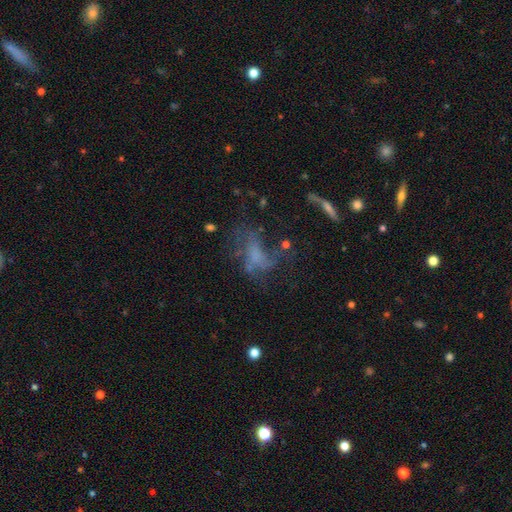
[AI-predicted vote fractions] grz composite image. It shows a featured or disk galaxy (50%). Merging: none (38%, tied with major disturbance).